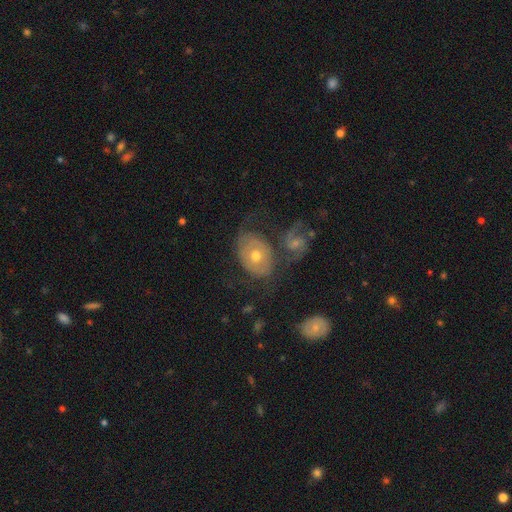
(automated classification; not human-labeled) Smooth or featured? Predicted: featured or disk (p=0.59). Edge-on disk? Predicted: no (p=0.94). Bar? Predicted: no (p=0.82). Spiral arms? Predicted: yes (p=0.60). Bulge size? Predicted: moderate (p=0.63). Merging? Predicted: none (p=0.38).